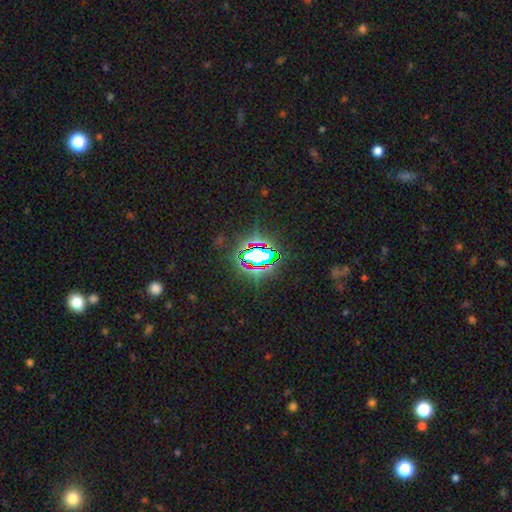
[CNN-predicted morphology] Smooth or featured?
  - star or artifact: 74% *
  - smooth: 15%
  - featured or disk: 11%